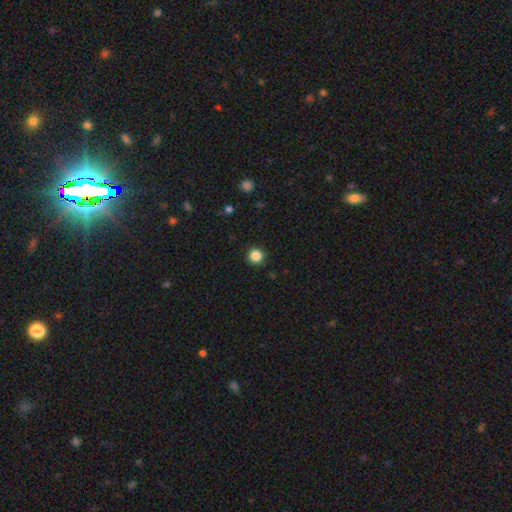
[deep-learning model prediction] Smooth or featured: smooth — 85% (star or artifact — 12%)
How rounded: round — 95% (in between — 4%)
Merging: none — 93% (minor disturbance — 5%)